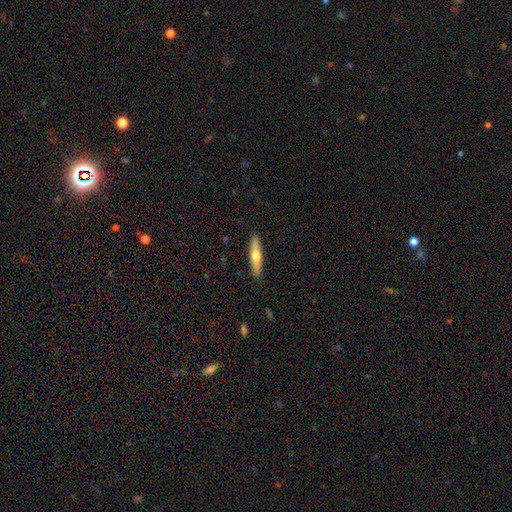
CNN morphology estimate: This appears to be a smooth galaxy with no disk features (51%) that is cigar-shaped (84%). Merging: none (91%).